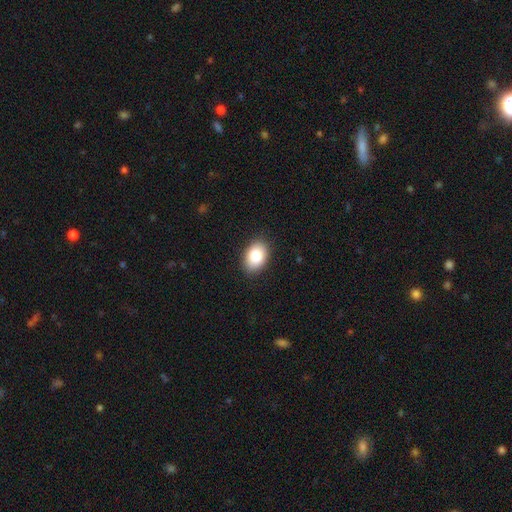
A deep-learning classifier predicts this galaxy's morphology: Smooth or featured? Predicted: smooth (p=0.85). How rounded? Predicted: in between (p=0.83). Merging? Predicted: none (p=0.88).